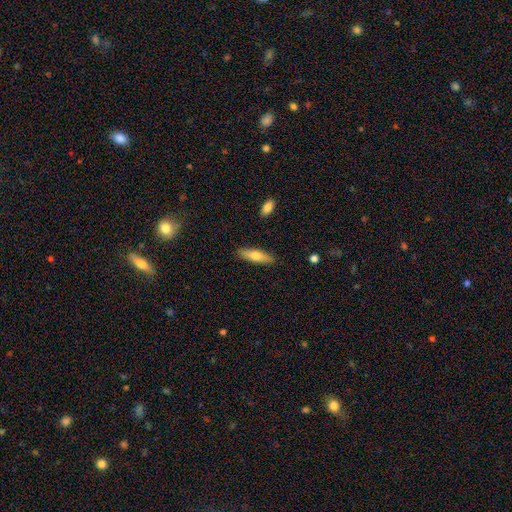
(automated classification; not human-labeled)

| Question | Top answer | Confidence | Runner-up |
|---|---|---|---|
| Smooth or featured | smooth | 65% | featured or disk (29%) |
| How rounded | cigar-shaped | 63% | in between (35%) |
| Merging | none | 88% | minor disturbance (9%) |